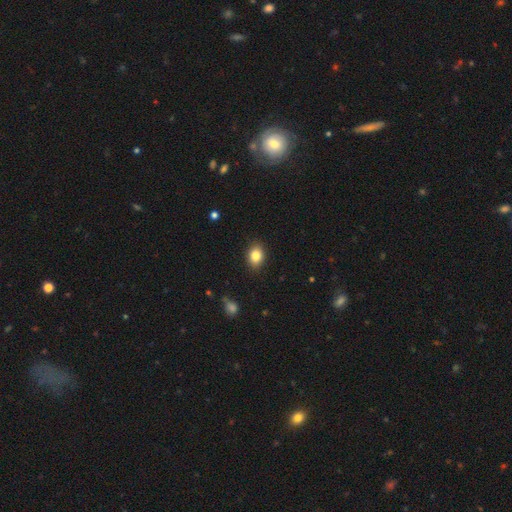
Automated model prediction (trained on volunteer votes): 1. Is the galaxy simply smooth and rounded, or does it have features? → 84% smooth, 9% star or artifact, 7% featured or disk.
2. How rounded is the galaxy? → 67% in between, 32% round, 1% cigar-shaped.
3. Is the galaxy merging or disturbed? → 87% none, 10% minor disturbance, 2% major disturbance, 1% merger.